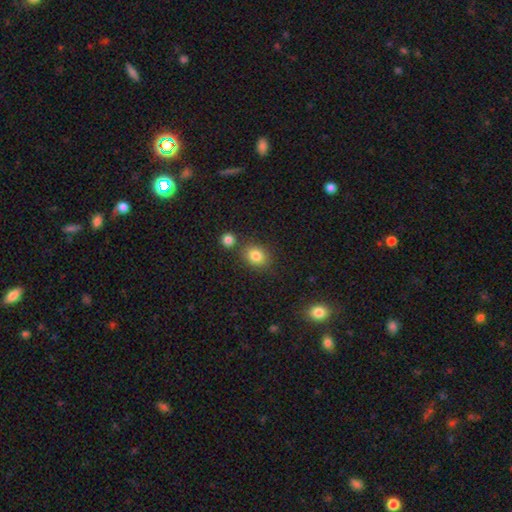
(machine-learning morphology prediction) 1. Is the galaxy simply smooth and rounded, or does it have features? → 83% smooth, 11% star or artifact, 6% featured or disk.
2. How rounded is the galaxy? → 55% round, 44% in between, 1% cigar-shaped.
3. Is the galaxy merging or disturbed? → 72% none, 13% merger, 11% minor disturbance, 3% major disturbance.